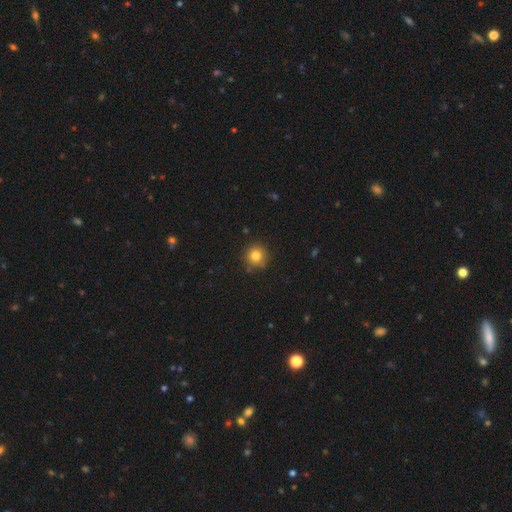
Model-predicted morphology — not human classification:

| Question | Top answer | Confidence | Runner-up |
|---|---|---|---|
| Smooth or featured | smooth | 81% | star or artifact (12%) |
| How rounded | round | 95% | in between (4%) |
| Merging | none | 88% | minor disturbance (8%) |